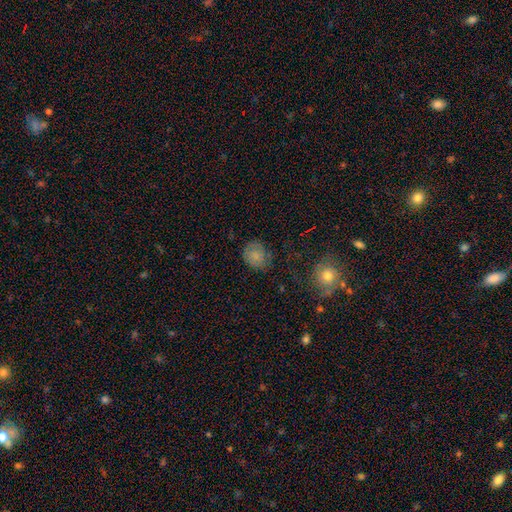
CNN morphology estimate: This appears to be a smooth galaxy with no disk features (74%) that is round (63%). Merging: none (71%).